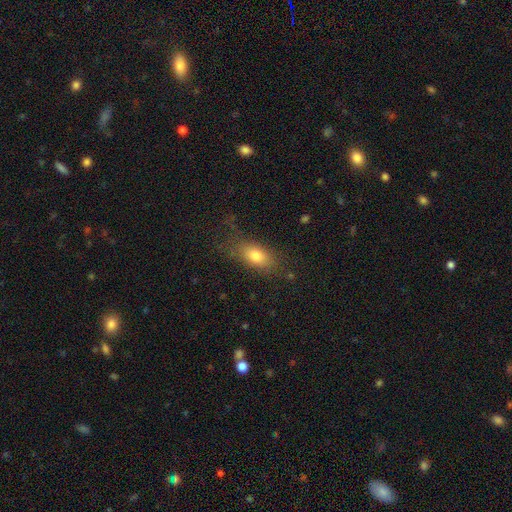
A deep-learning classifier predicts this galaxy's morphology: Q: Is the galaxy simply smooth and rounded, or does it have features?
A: smooth — 79%.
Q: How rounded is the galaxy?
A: in between — 82%.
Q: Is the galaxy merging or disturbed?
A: none — 71%.